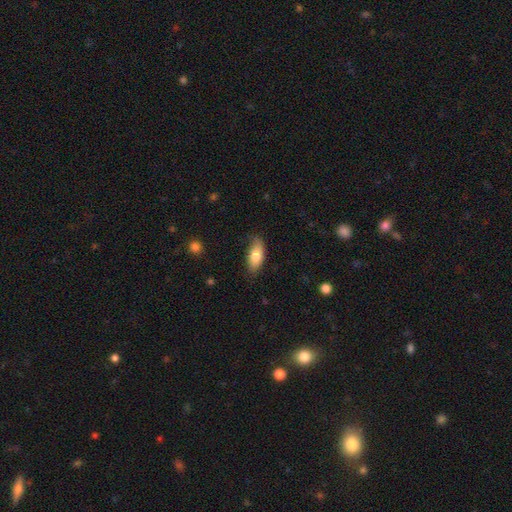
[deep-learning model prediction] This appears to be a smooth galaxy with no disk features (81%) that is in between round and cigar-shaped (86%). Merging: none (75%).